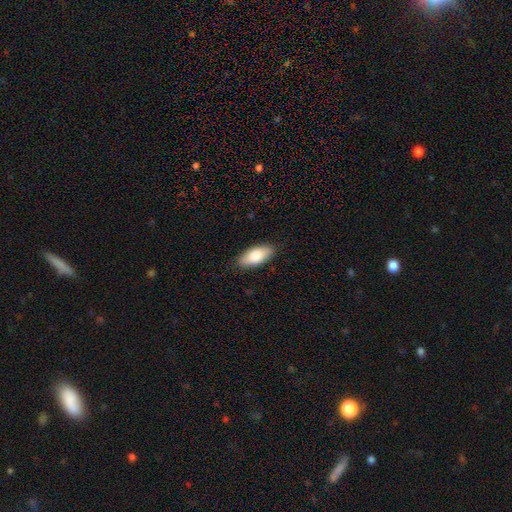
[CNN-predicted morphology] Q: Smooth or featured?
A: smooth (80%); runner-up: featured or disk (14%)
Q: How rounded?
A: in between (87%); runner-up: cigar-shaped (11%)
Q: Merging?
A: none (87%); runner-up: minor disturbance (10%)